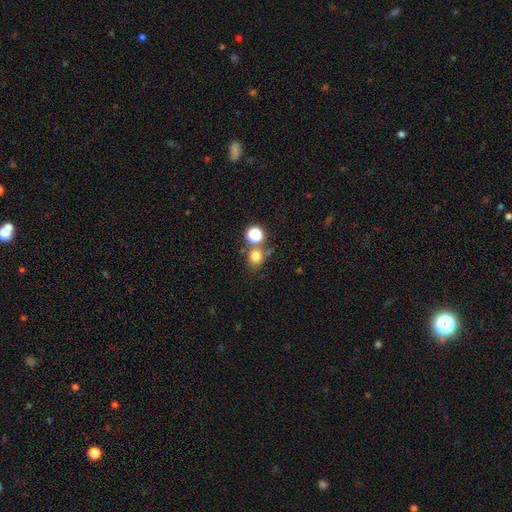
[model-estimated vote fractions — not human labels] Q: Smooth or featured?
A: smooth (76%); runner-up: star or artifact (16%)
Q: How rounded?
A: round (77%); runner-up: in between (22%)
Q: Merging?
A: none (62%); runner-up: merger (23%)